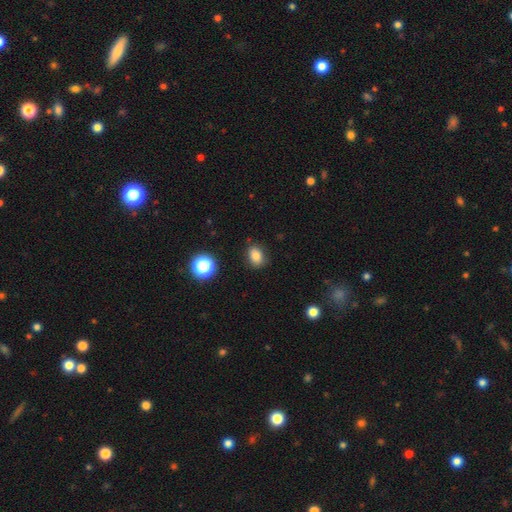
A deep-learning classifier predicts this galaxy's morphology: This is clearly a smooth galaxy (81%). How rounded: likely in between (66%). Merging: clearly none (83%).